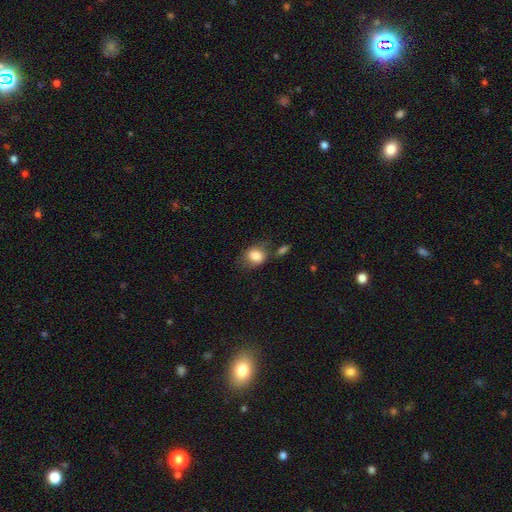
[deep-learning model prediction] smooth_or_featured: smooth (p=0.82) [alt: featured or disk p=0.10]
how_rounded: in between (p=0.51) [alt: round p=0.48]
merging: none (p=0.54) [alt: minor disturbance p=0.23]